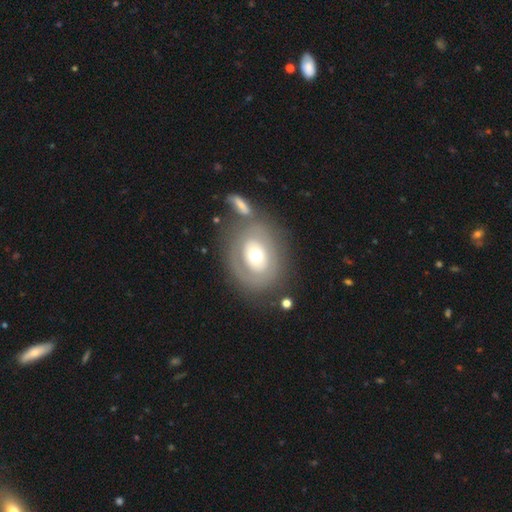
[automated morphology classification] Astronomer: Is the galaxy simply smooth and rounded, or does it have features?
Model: featured or disk — 50% (runner-up: smooth, 43%).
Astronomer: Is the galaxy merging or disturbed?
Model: none — 60%.